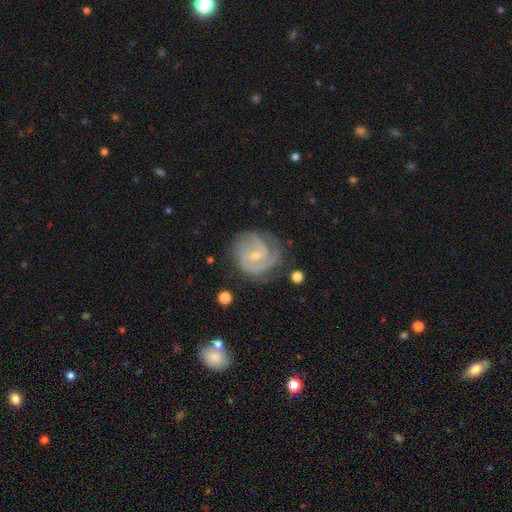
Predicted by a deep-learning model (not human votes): This is clearly a featured or disk galaxy (89%). It is clearly not viewed edge-on (98%). Bar: possibly no (48%). Spiral arm pattern: clearly yes (98%). Spiral arm count: marginally 3 (43%). Spiral winding: likely tight (63%). Central bulge: likely small (62%). Merging: likely none (72%).